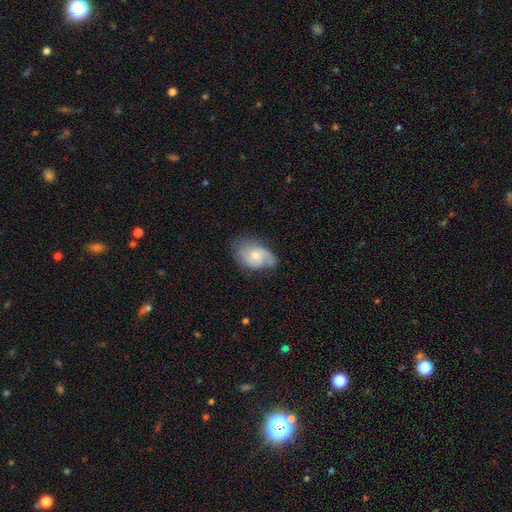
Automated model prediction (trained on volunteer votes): Overall: featured or disk (52%; smooth 41%). Edge-on disk: no (95%). Merging: none (56%; minor disturbance 30%).